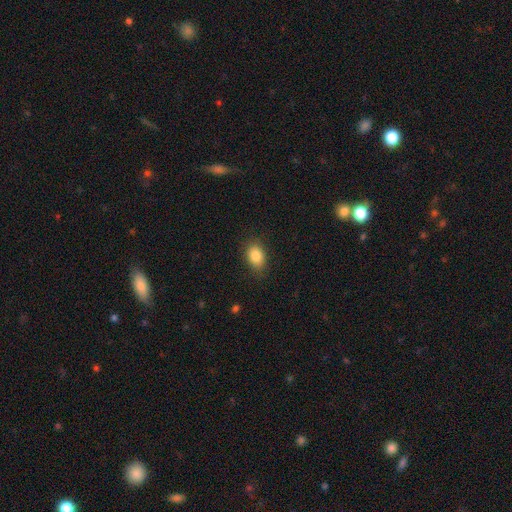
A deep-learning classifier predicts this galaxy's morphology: Q: Smooth or featured?
A: smooth (85%); runner-up: star or artifact (8%)
Q: How rounded?
A: in between (84%); runner-up: round (15%)
Q: Merging?
A: none (85%); runner-up: minor disturbance (11%)